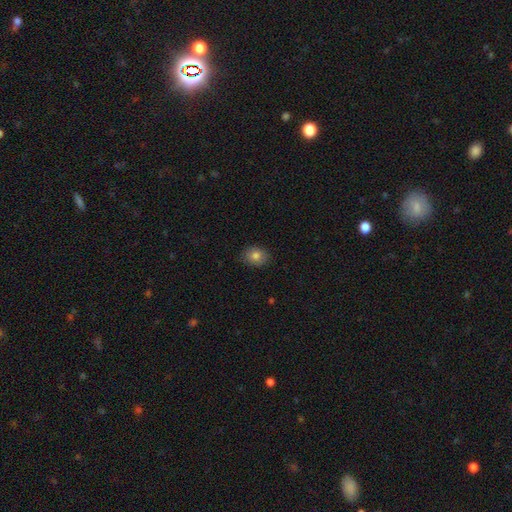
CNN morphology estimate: smooth 80%, star or artifact 10%, featured or disk 10%. Down the decision tree: how rounded — round (52%); merging — none (86%).